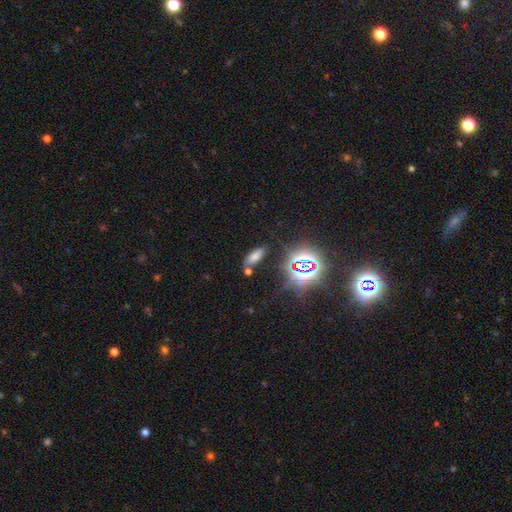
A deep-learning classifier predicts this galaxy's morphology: A smooth galaxy with no disk features (58%) that is in between round and cigar-shaped (76%). Merging: none (74%).